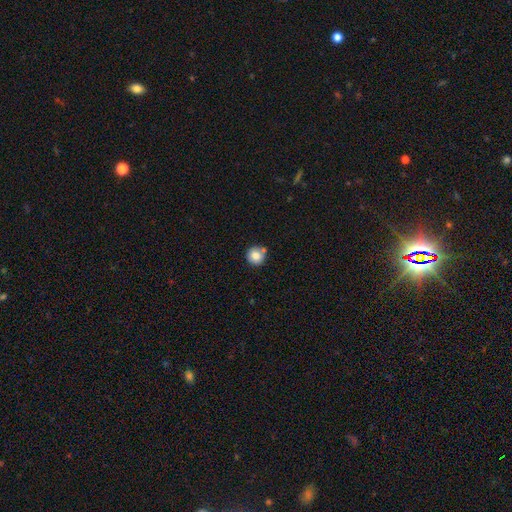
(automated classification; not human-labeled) smooth-or-featured: smooth: 80% | featured or disk: 10% | star or artifact: 10%
  how-rounded: round: 94% | in between: 5% | cigar-shaped: 1%
  merging: none: 74% | merger: 12% | minor disturbance: 11% | major disturbance: 3%